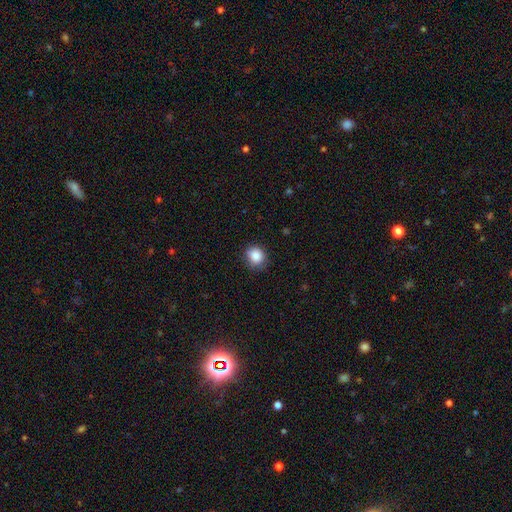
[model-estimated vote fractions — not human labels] smooth 87%, star or artifact 9%, featured or disk 4%. Down the decision tree: how rounded — round (80%); merging — none (79%).